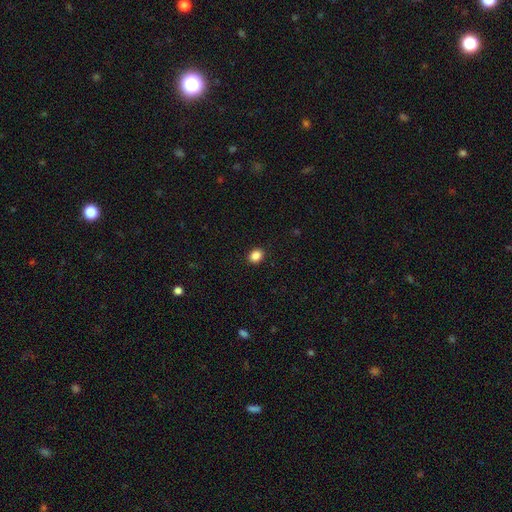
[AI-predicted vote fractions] Smooth or featured?
  - smooth: 87% *
  - star or artifact: 10%
  - featured or disk: 3%
How rounded?
  - round: 57% *
  - in between: 43%
  - cigar-shaped: 1%
Merging?
  - none: 91% *
  - minor disturbance: 6%
  - major disturbance: 2%
  - merger: 1%